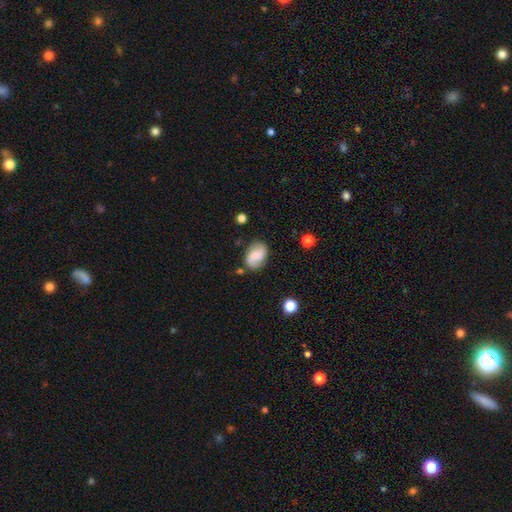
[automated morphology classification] Q: Smooth or featured?
A: smooth (54%); runner-up: featured or disk (38%)
Q: How rounded?
A: in between (82%); runner-up: round (17%)
Q: Merging?
A: none (71%); runner-up: minor disturbance (20%)